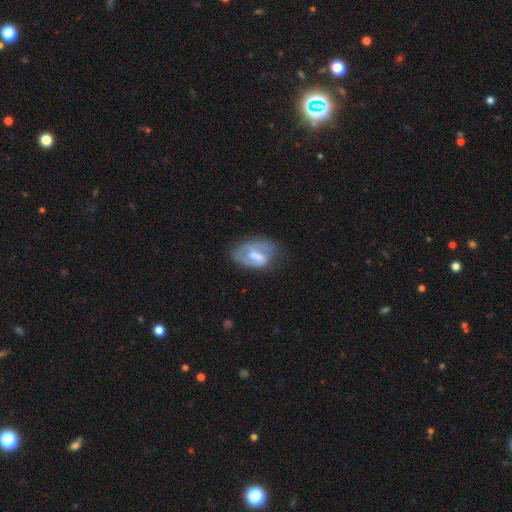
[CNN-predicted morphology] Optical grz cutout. It shows a featured or disk galaxy (48%). Merging: none (46%).